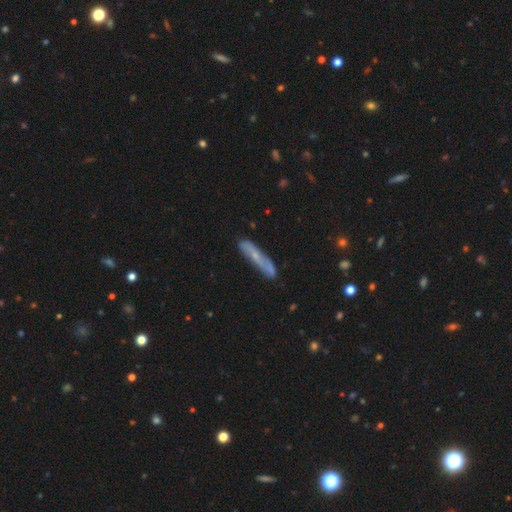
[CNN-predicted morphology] Smooth or featured? Predicted: featured or disk (p=0.51). Edge-on disk? Predicted: yes (p=0.53). Merging? Predicted: none (p=0.73).